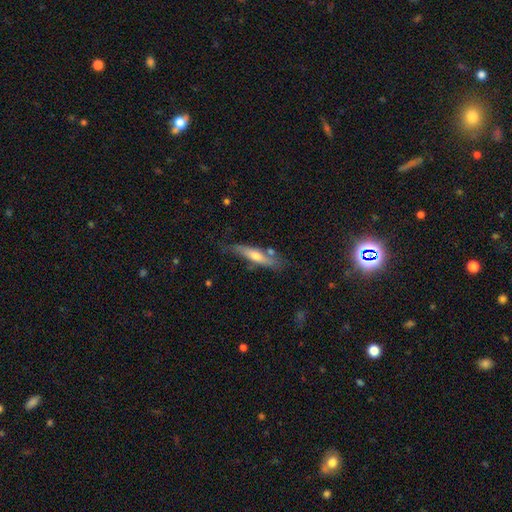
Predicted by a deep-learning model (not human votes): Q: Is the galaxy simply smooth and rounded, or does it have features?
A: featured or disk — 48%.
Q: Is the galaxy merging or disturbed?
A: none — 66%.